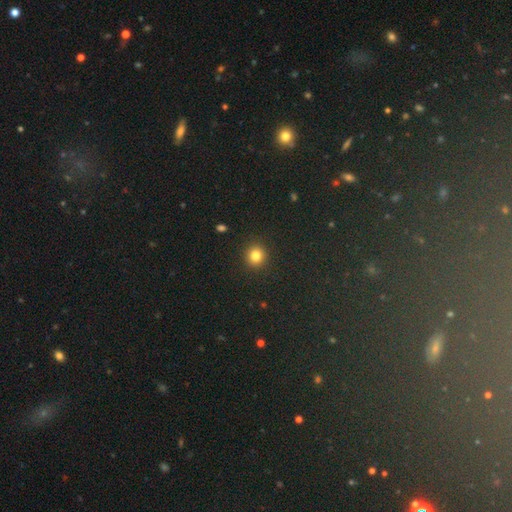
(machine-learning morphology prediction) type=smooth (83%); roundness=round (92%); merging=none (91%).